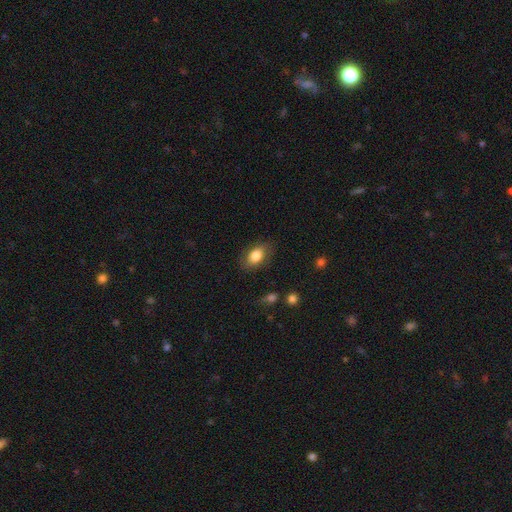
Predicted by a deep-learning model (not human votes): This appears to be a smooth galaxy with no disk features (82%) that is in between round and cigar-shaped (89%). Merging: none (82%).